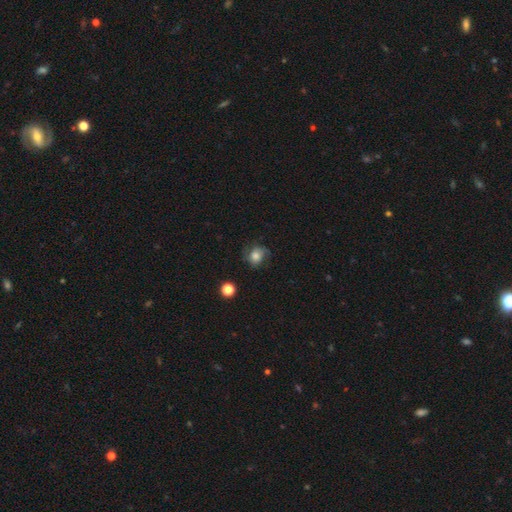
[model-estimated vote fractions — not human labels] The model was most divided on "smooth or featured": smooth: 59%, featured or disk: 30%, star or artifact: 11%. More confident: how rounded — round (66%); merging — none (59%).